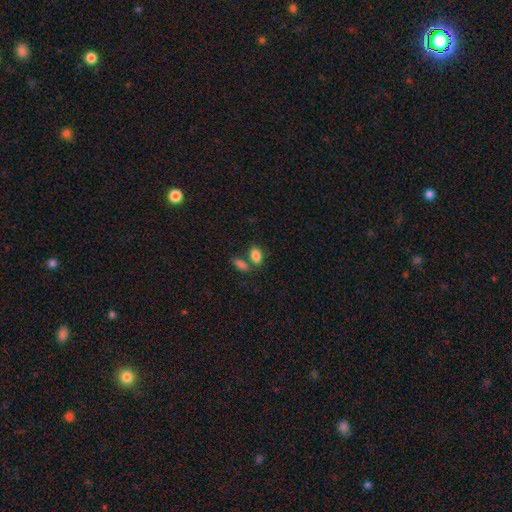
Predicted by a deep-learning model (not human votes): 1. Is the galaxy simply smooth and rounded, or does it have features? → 86% smooth, 8% star or artifact, 6% featured or disk.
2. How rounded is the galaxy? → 91% in between, 6% round, 3% cigar-shaped.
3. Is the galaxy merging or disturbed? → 53% none, 31% merger, 11% minor disturbance, 4% major disturbance.